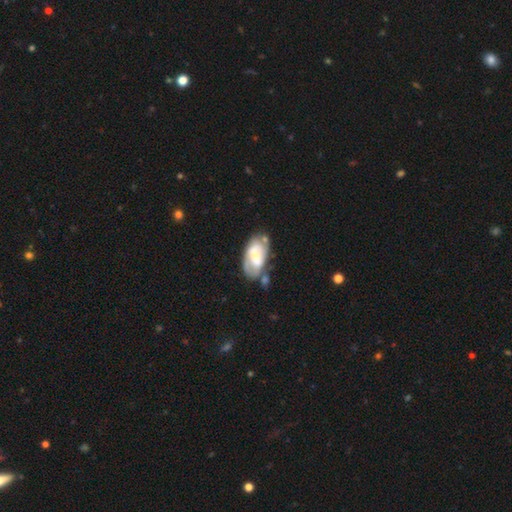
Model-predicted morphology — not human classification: A featured or disk galaxy (60%) with a weak bar (41%), spiral arms (69%) and a small central bulge (40%). Merging: none (47%).